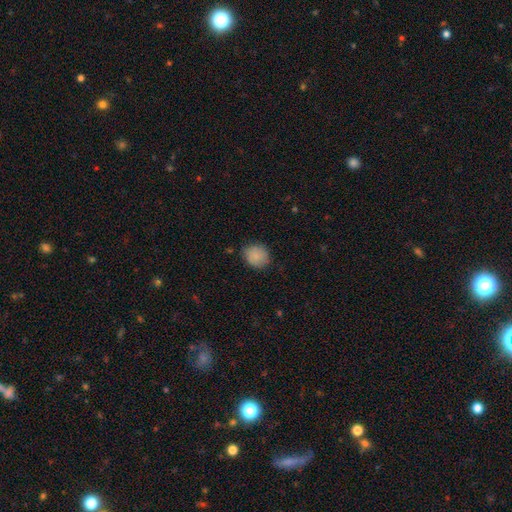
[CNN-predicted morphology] Q: Smooth or featured?
A: smooth (85%); runner-up: star or artifact (8%)
Q: How rounded?
A: round (77%); runner-up: in between (22%)
Q: Merging?
A: none (79%); runner-up: minor disturbance (16%)